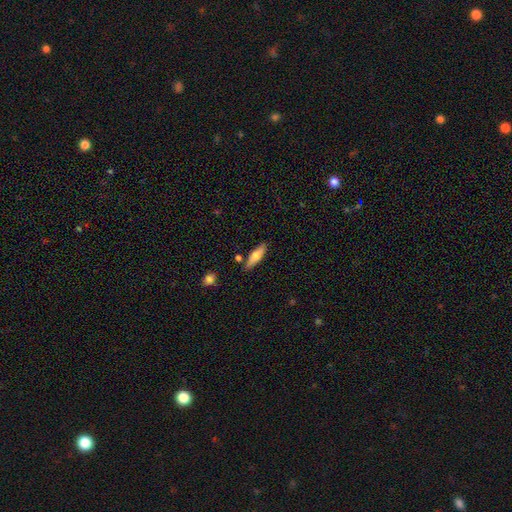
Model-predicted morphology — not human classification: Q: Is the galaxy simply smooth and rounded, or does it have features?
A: smooth — 67%.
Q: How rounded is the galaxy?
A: cigar-shaped — 58%.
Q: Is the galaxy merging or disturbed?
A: none — 81%.